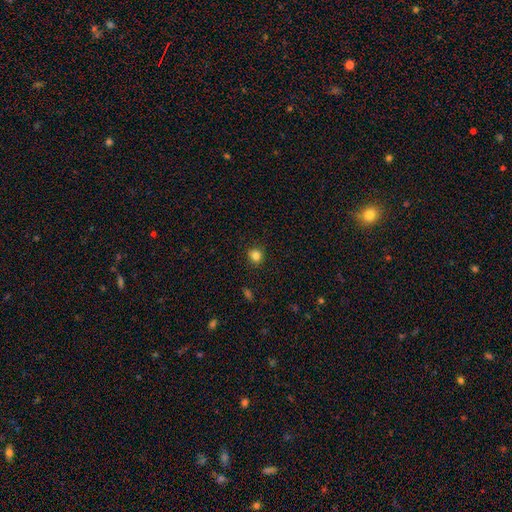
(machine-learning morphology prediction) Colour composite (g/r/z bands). It shows a smooth galaxy with no disk features (83%) that is round (88%). Merging: none (88%).